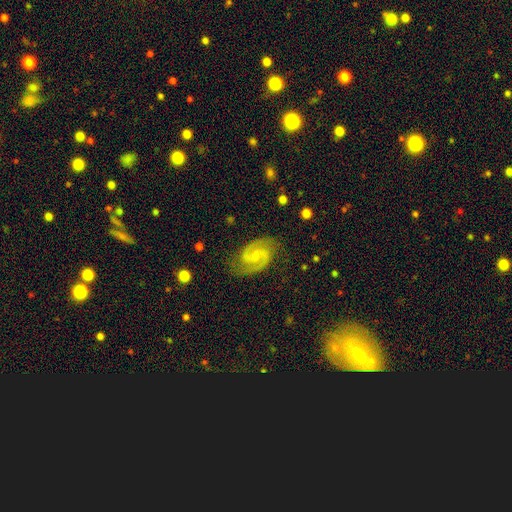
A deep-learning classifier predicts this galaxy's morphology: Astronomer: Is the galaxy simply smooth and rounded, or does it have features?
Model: featured or disk — 90%.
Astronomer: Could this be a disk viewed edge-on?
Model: no — 98%.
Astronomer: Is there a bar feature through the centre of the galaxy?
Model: weak — 48% (runner-up: no, 39%).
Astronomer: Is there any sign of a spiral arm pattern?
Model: yes — 98%.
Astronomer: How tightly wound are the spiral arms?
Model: medium — 60%.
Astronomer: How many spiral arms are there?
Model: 2 — 94%.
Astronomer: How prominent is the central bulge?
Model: small — 53%.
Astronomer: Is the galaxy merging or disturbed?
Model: none — 81%.